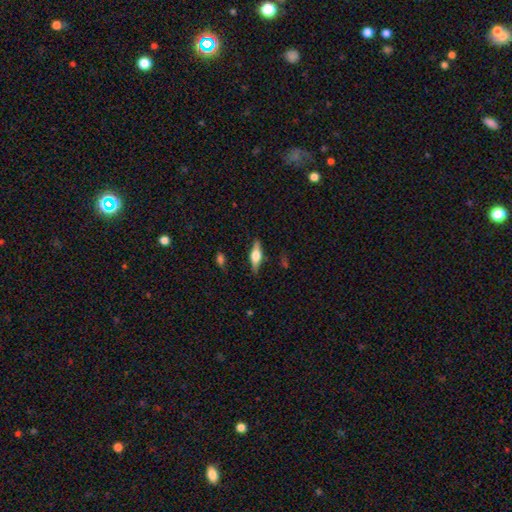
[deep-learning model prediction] A featured or disk galaxy (60%) viewed edge-on (95%) with a rounded central bulge (89%).

Vote fractions:
- Smooth or featured? featured or disk: 60% / smooth: 34% / star or artifact: 7%
- Edge-on disk? yes: 95% / no: 5%
- Edge-on bulge? rounded: 89% / boxy: 9% / none: 2%
- Merging? none: 84% / minor disturbance: 11% / major disturbance: 3% / merger: 2%